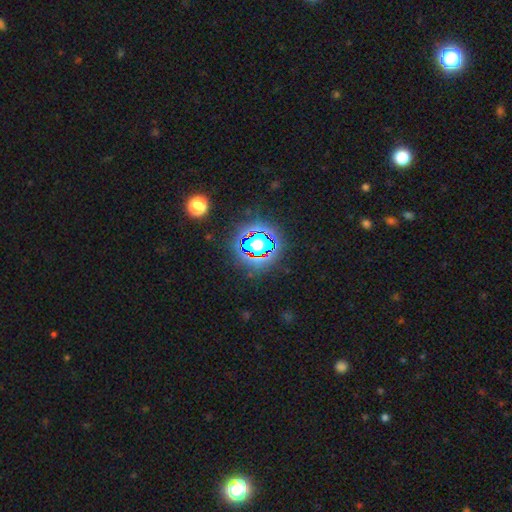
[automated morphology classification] The model was most divided on "smooth or featured": star or artifact: 83%, smooth: 11%, featured or disk: 7%.